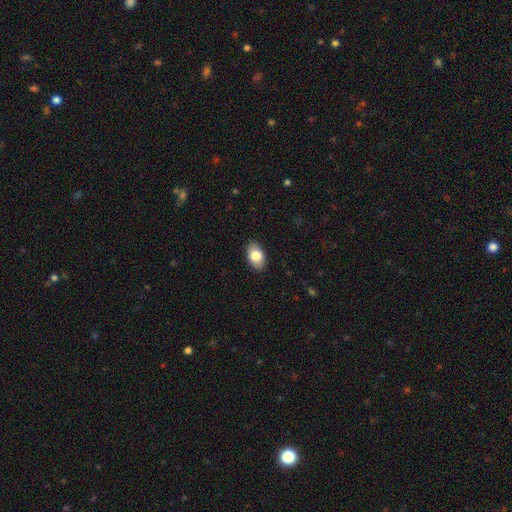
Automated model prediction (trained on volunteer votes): Morphology: type=smooth (80%); roundness=in between (92%); merging=none (89%).